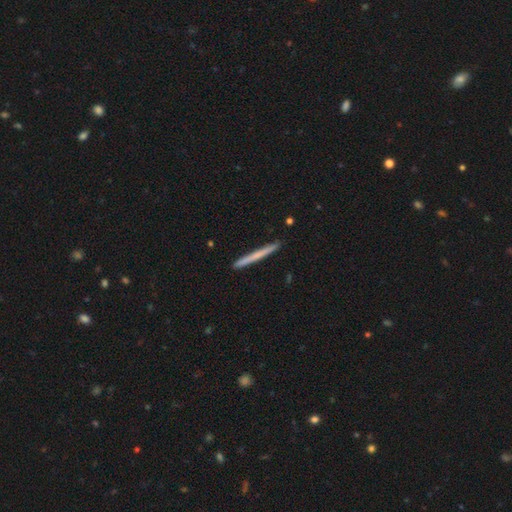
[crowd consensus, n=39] smooth-or-featured: smooth: 54% | featured or disk: 44% | star or artifact: 3%
  how-rounded: cigar-shaped: 100% | round: 0% | in between: 0%
  merging: none: 97% | minor disturbance: 3% | major disturbance: 0% | merger: 0%